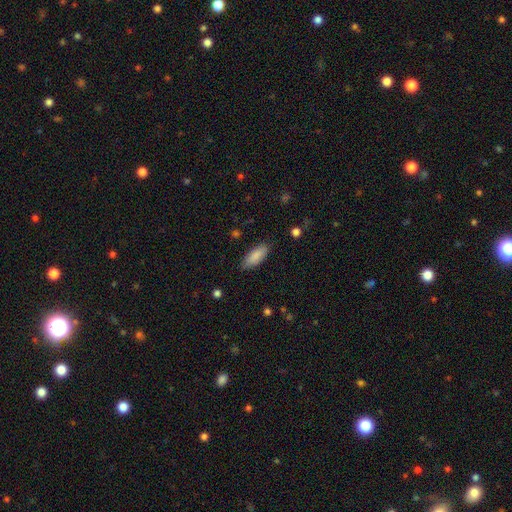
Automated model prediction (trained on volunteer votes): smooth 87%, featured or disk 7%, star or artifact 6%. Down the decision tree: how rounded — in between (75%); merging — none (84%).